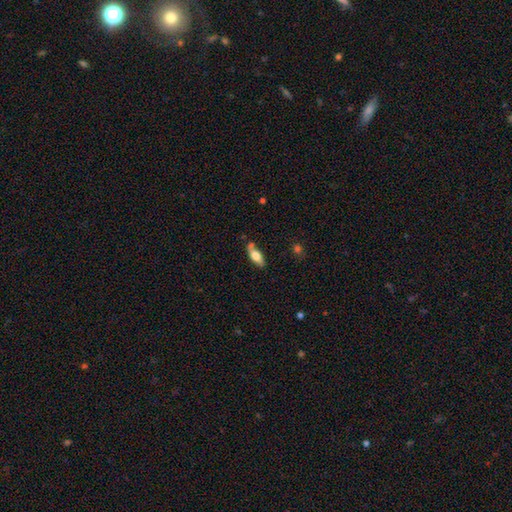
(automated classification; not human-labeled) smooth-or-featured: smooth: 65% | featured or disk: 29% | star or artifact: 7%
  how-rounded: in between: 68% | cigar-shaped: 29% | round: 3%
  merging: none: 67% | minor disturbance: 20% | merger: 8% | major disturbance: 5%